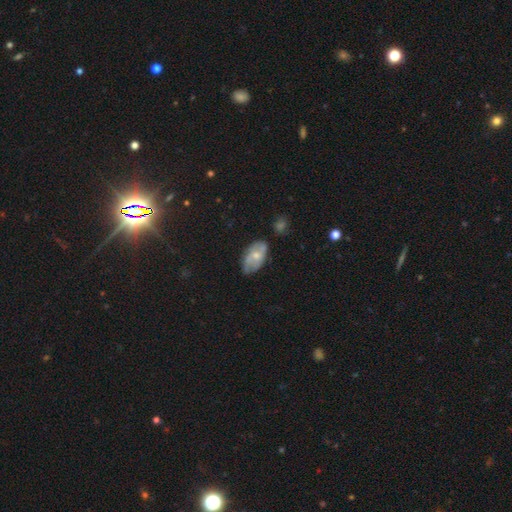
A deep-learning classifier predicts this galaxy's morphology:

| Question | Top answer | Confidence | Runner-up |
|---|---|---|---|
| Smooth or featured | featured or disk | 48% | smooth (46%) |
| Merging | none | 60% | minor disturbance (29%) |